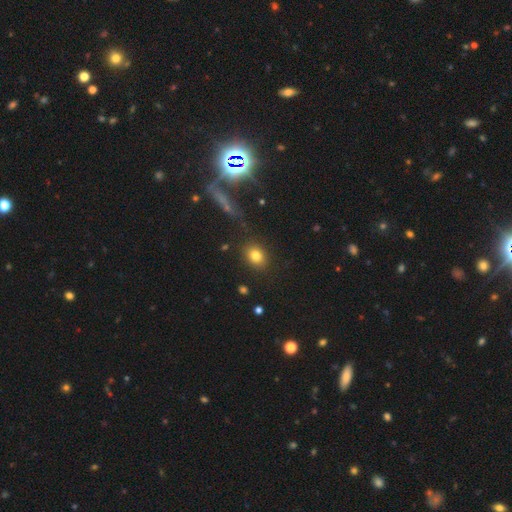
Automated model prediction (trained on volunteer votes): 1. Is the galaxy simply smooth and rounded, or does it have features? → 81% smooth, 11% star or artifact, 8% featured or disk.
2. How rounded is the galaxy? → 50% in between, 49% round, 1% cigar-shaped.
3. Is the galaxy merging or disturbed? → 86% none, 9% minor disturbance, 3% major disturbance, 2% merger.